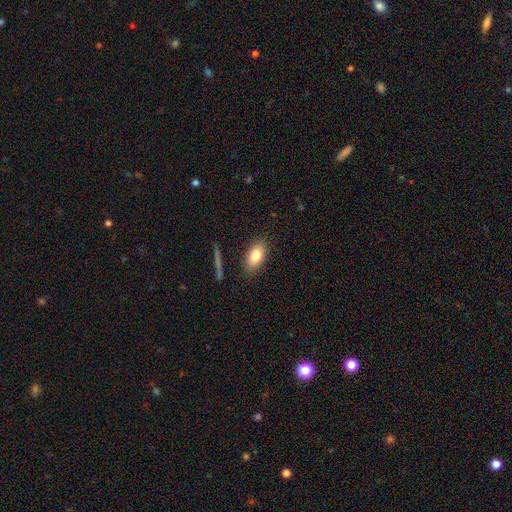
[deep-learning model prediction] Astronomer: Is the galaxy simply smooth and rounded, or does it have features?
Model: smooth — 80%.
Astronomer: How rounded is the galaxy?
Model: in between — 89%.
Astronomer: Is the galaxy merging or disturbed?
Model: none — 86%.